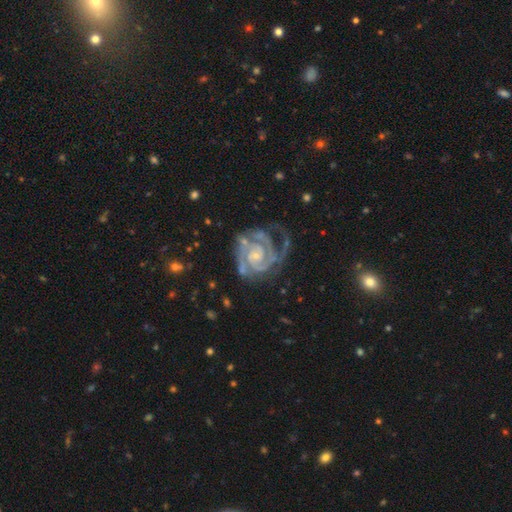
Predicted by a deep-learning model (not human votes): featured or disk 93%, star or artifact 4%, smooth 3%. Down the decision tree: edge-on disk — no (98%); bar — no (64%); spiral arms — yes (98%); spiral arm count — 2 (54%); spiral winding — tight (69%); bulge size — small (75%); merging — none (52%).